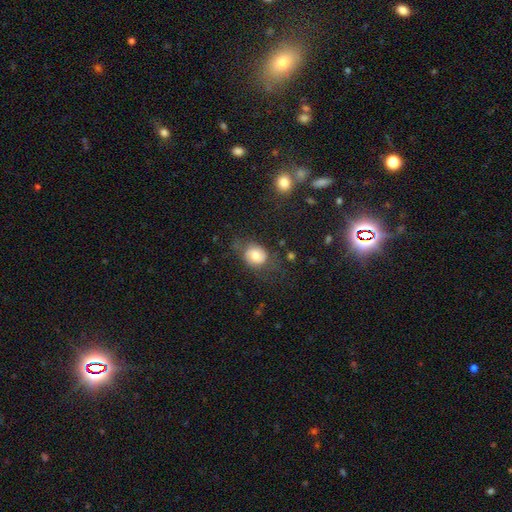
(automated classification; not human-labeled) Smooth or featured?
  - smooth: 59% *
  - featured or disk: 32%
  - star or artifact: 8%
How rounded?
  - round: 50% *
  - in between: 49%
  - cigar-shaped: 1%
Merging?
  - none: 61% *
  - minor disturbance: 23%
  - major disturbance: 14%
  - merger: 2%